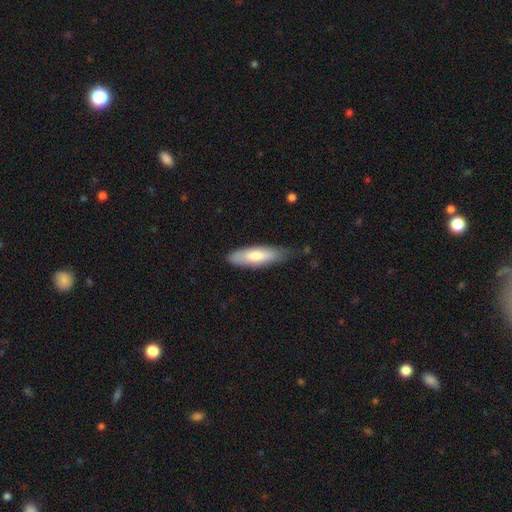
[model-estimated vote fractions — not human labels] A smooth galaxy with no disk features (72%) that is in between round and cigar-shaped (50%).

Vote fractions:
- Smooth or featured? smooth: 72% / featured or disk: 22% / star or artifact: 6%
- How rounded? in between: 50% / cigar-shaped: 48% / round: 2%
- Merging? none: 69% / minor disturbance: 25% / major disturbance: 4% / merger: 2%